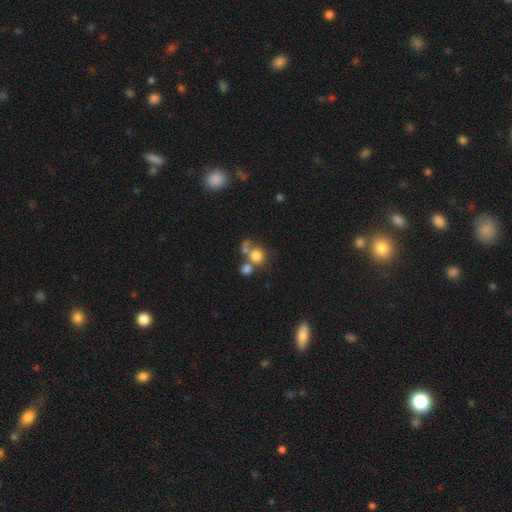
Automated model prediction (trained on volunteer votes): Smooth or featured? Predicted: smooth (p=0.75). How rounded? Predicted: round (p=0.86). Merging? Predicted: none (p=0.46).